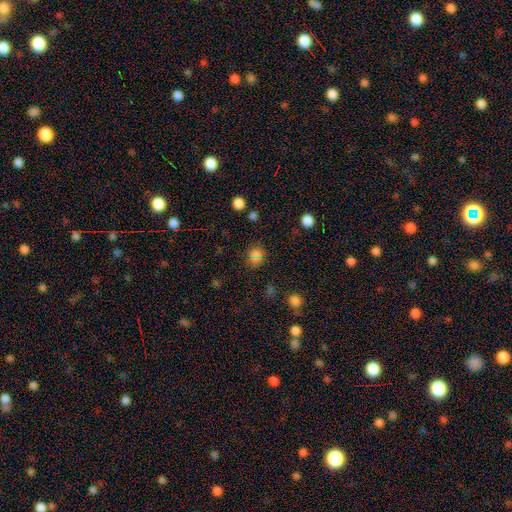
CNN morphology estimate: Overall: smooth (71%). How rounded: round (81%). Merging: none (80%).